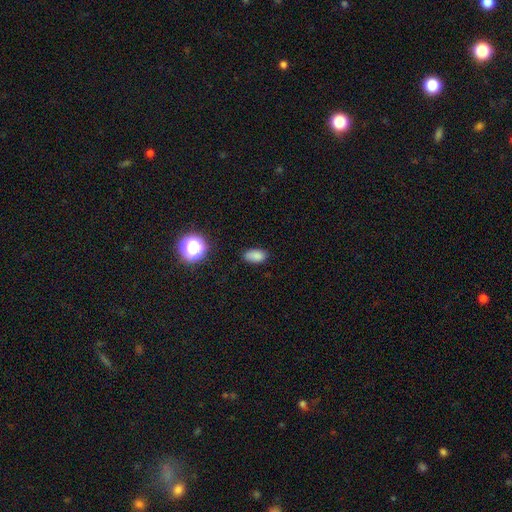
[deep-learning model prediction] smooth_or_featured: smooth (p=0.82) [alt: star or artifact p=0.13]
how_rounded: in between (p=0.89) [alt: round p=0.08]
merging: none (p=0.80) [alt: minor disturbance p=0.15]